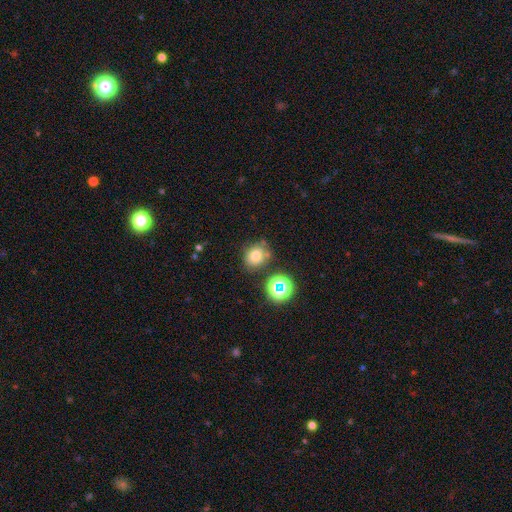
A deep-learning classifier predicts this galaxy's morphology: Overall: smooth (71%). How rounded: round (68%; in between 31%). Merging: none (71%).